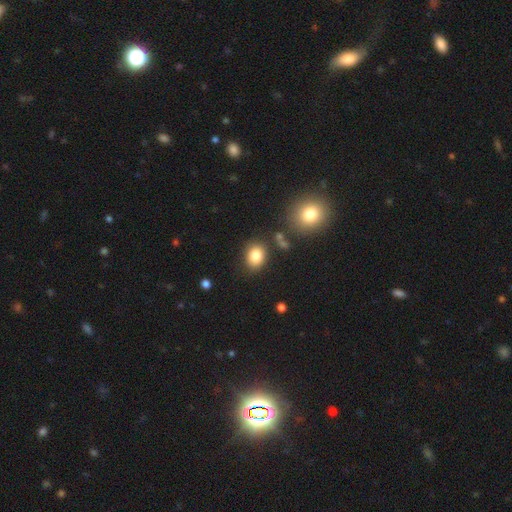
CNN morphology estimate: A smooth galaxy with no disk features (83%) that is in between round and cigar-shaped (52%). Merging: none (80%).